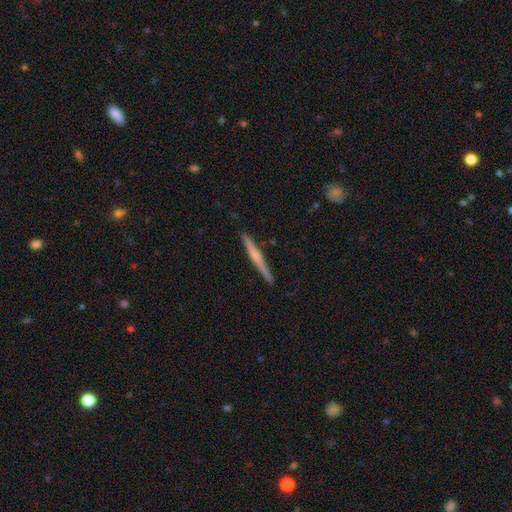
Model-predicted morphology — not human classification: The model was most divided on "edge-on bulge": rounded: 56%, none: 34%, boxy: 10%. More confident: edge-on disk — yes (98%); merging — none (91%); smooth or featured — featured or disk (63%).